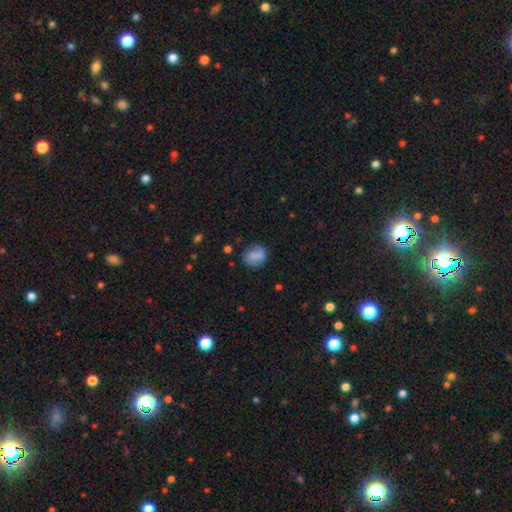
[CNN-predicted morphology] This appears to be a smooth galaxy with no disk features (78%) that is round (67%). Merging: none (72%).